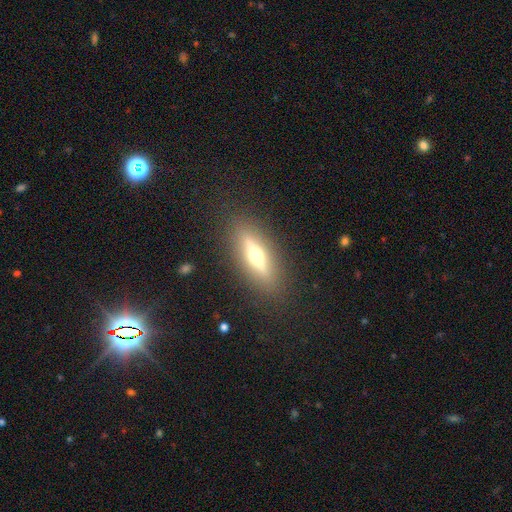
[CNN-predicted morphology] Overall: featured or disk (60%; smooth 32%). Edge-on disk: yes (88%). Edge-on bulge: rounded (94%). Merging: none (87%).